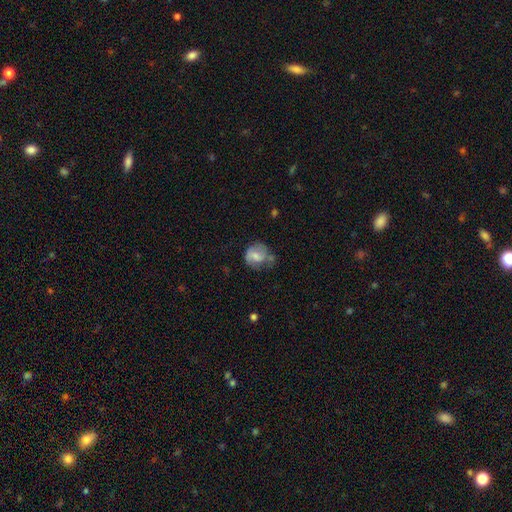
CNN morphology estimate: Smooth or featured?
  - smooth: 59% *
  - featured or disk: 33%
  - star or artifact: 8%
How rounded?
  - round: 68% *
  - in between: 31%
  - cigar-shaped: 1%
Merging?
  - none: 46% *
  - minor disturbance: 29%
  - major disturbance: 15%
  - merger: 10%